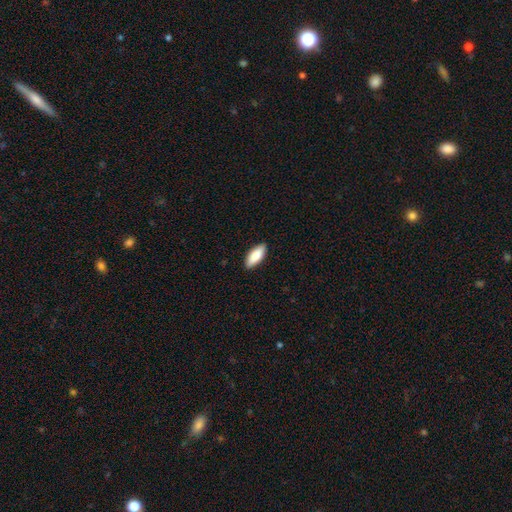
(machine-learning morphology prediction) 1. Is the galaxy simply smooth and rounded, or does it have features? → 84% smooth, 10% featured or disk, 5% star or artifact.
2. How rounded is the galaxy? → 77% in between, 21% cigar-shaped, 2% round.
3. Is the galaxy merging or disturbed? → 90% none, 8% minor disturbance, 2% major disturbance, 1% merger.